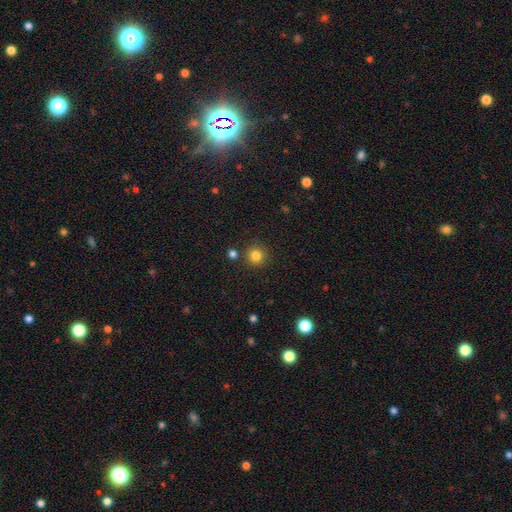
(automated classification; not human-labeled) This appears to be a smooth galaxy with no disk features (82%) that is round (94%). Merging: none (88%).